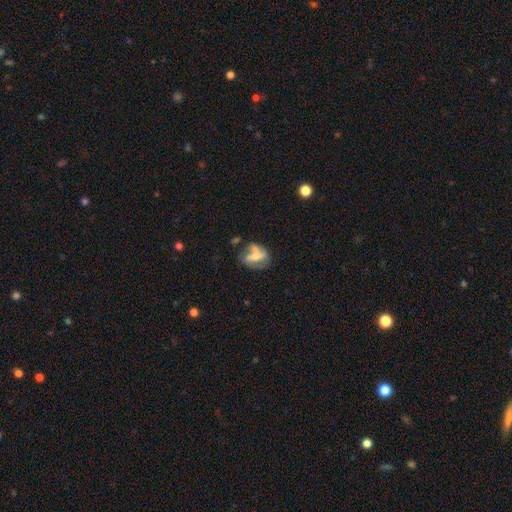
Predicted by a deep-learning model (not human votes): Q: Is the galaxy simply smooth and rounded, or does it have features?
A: featured or disk — 58%.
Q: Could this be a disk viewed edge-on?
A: no — 91%.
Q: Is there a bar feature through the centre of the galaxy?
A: no — 35%, tied with strong.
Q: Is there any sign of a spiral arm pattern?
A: yes — 57%.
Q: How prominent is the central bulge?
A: moderate — 45%.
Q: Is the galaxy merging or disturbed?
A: none — 43%.